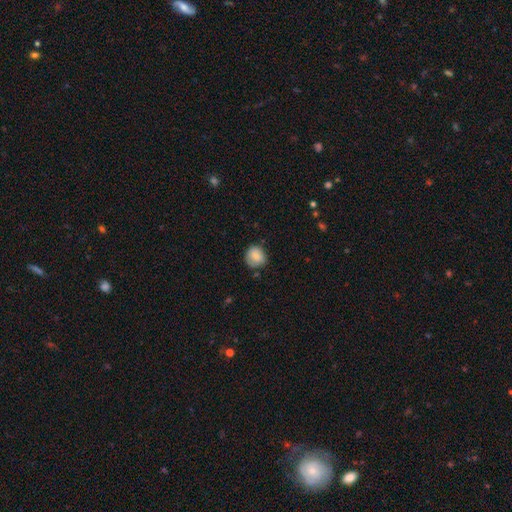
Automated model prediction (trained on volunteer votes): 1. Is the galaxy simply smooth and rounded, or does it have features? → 80% smooth, 12% featured or disk, 8% star or artifact.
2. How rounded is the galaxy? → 80% round, 19% in between, 1% cigar-shaped.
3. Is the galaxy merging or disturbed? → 70% none, 23% minor disturbance, 6% major disturbance, 2% merger.